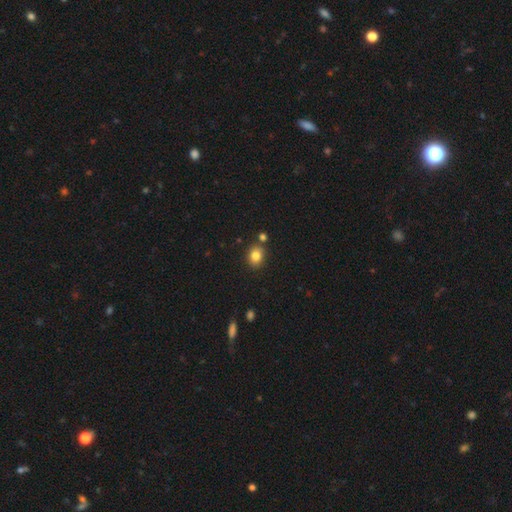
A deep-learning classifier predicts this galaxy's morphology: Smooth or featured? Predicted: smooth (p=0.82). How rounded? Predicted: round (p=0.51). Merging? Predicted: none (p=0.77).